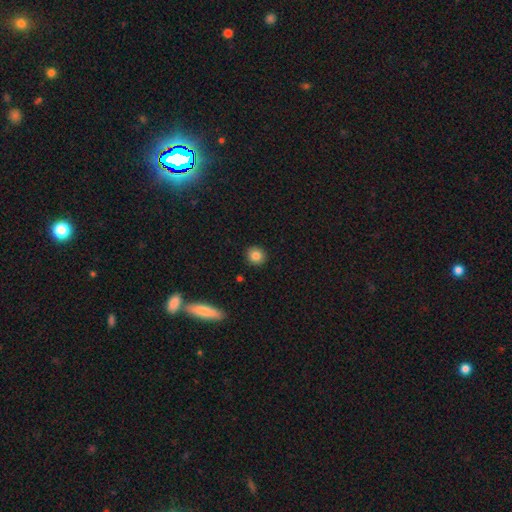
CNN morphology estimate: smooth_or_featured: smooth (p=0.84) [alt: star or artifact p=0.10]
how_rounded: round (p=0.90) [alt: in between p=0.09]
merging: none (p=0.91) [alt: minor disturbance p=0.06]